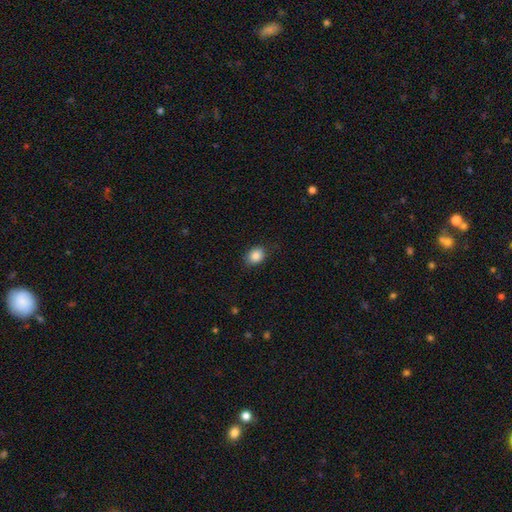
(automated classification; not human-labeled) Smooth or featured? smooth (86%)
How rounded? in between (57%)
Merging? none (83%)